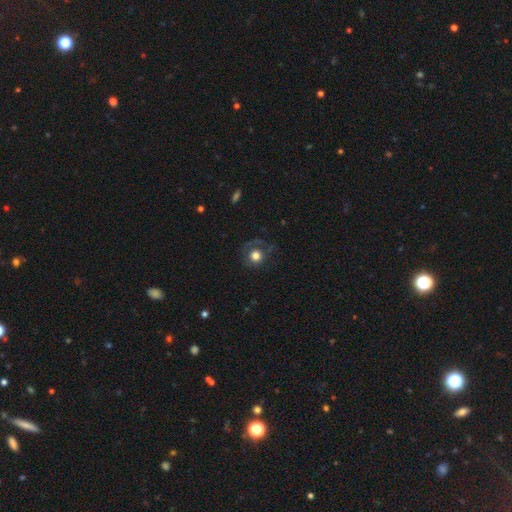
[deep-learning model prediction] Smooth or featured? Predicted: smooth (p=0.70). How rounded? Predicted: round (p=0.90). Merging? Predicted: none (p=0.63).